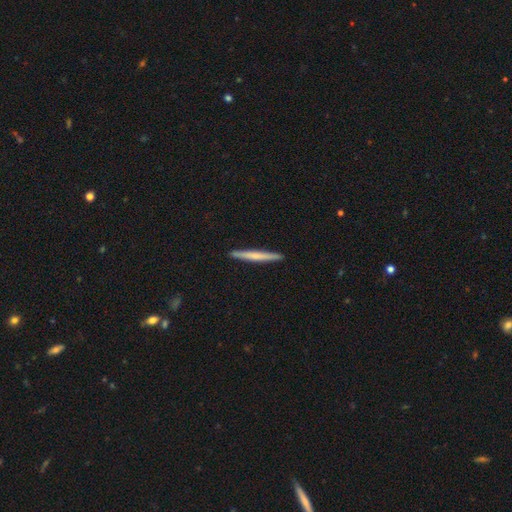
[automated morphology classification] Smooth or featured: smooth — 54% (featured or disk — 41%)
How rounded: cigar-shaped — 97% (in between — 2%)
Merging: none — 93% (minor disturbance — 5%)